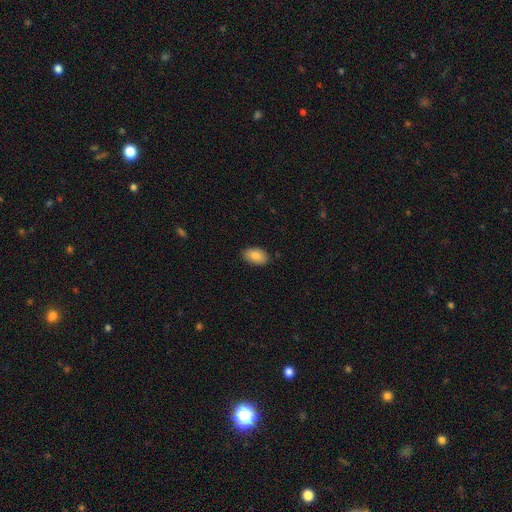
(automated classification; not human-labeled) smooth_or_featured: smooth (p=0.86) [alt: star or artifact p=0.07]
how_rounded: in between (p=0.92) [alt: round p=0.07]
merging: none (p=0.87) [alt: minor disturbance p=0.10]